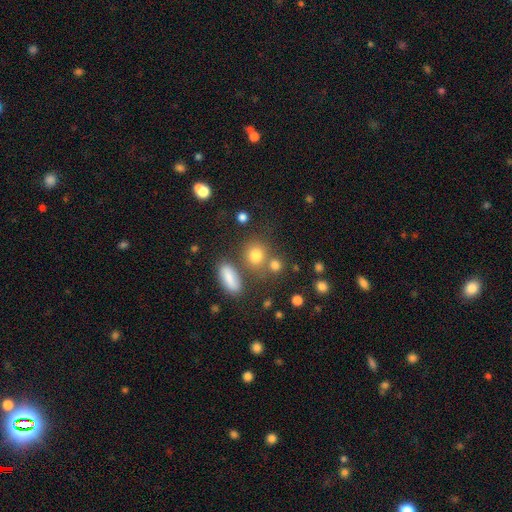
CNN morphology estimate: smooth 78%, star or artifact 14%, featured or disk 9%. Down the decision tree: how rounded — round (74%); merging — none (66%).